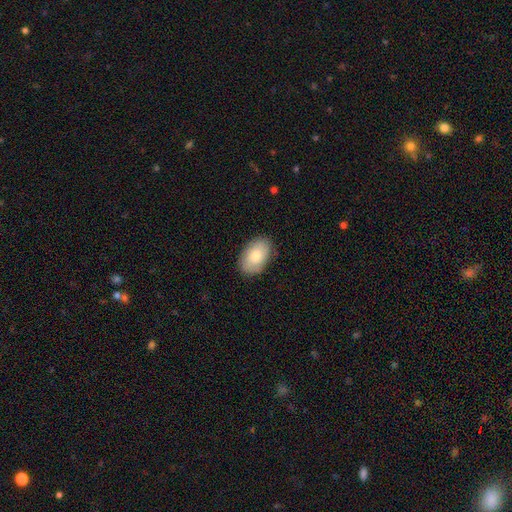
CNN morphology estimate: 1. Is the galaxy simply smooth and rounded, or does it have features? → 79% smooth, 14% featured or disk, 6% star or artifact.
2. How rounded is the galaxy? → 92% in between, 7% round, 1% cigar-shaped.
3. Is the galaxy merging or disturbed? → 86% none, 11% minor disturbance, 2% major disturbance, 1% merger.